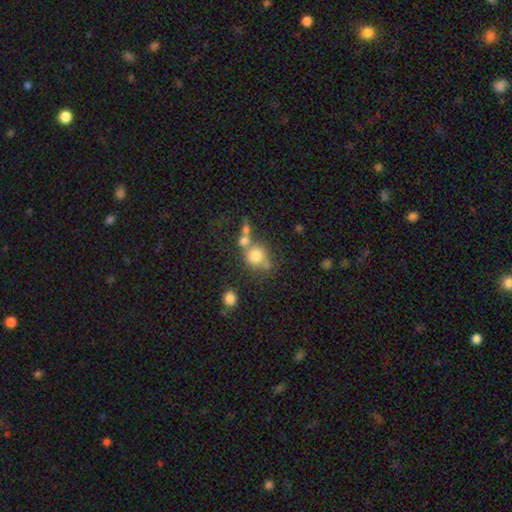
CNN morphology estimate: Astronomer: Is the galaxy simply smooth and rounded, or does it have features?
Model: smooth — 74%.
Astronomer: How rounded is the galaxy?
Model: round — 81%.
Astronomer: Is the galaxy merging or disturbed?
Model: none — 44% (runner-up: merger, 37%).